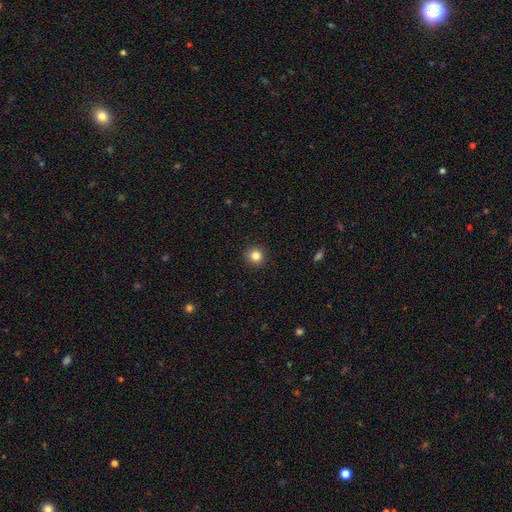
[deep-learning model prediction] Smooth or featured: smooth — 84% (star or artifact — 11%)
How rounded: round — 94% (in between — 6%)
Merging: none — 92% (minor disturbance — 5%)